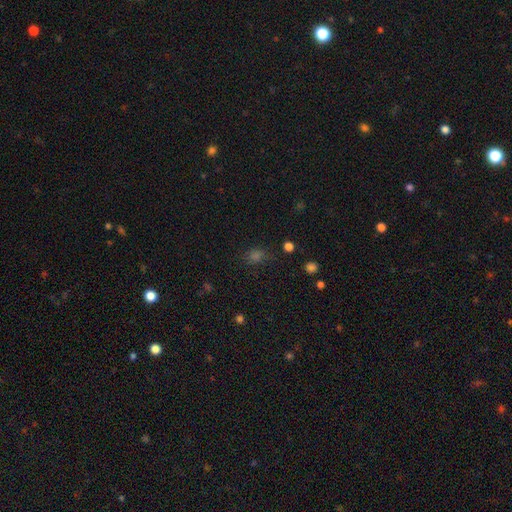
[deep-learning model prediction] Overall: smooth (60%; star or artifact 34%). How rounded: round (51%; in between 47%). Merging: none (74%).